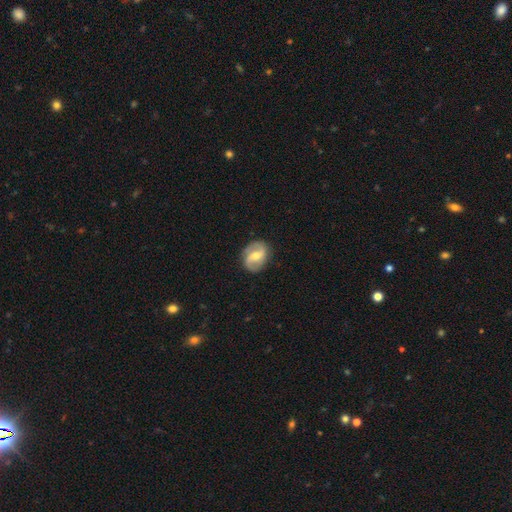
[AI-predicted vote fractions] The model was most divided on "bar": weak: 44%, strong: 36%, no: 19%. Remaining: edge-on disk — no (97%); spiral arm count — 2 (90%); spiral arms — yes (88%); merging — none (84%); smooth or featured — featured or disk (76%); bulge size — moderate (63%); spiral winding — medium (44%).